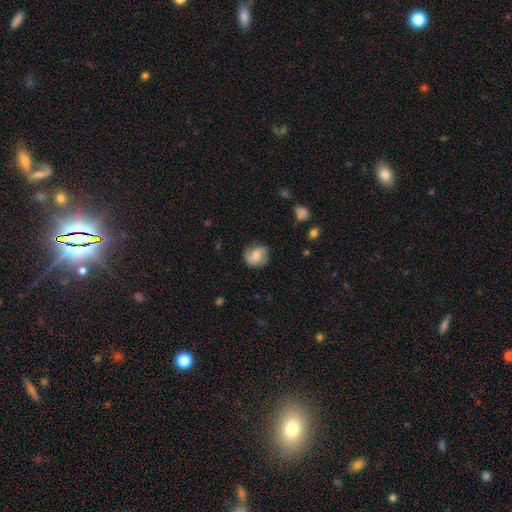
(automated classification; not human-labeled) A featured or disk galaxy (47%).

Vote fractions:
- Smooth or featured? featured or disk: 47% / smooth: 45% / star or artifact: 8%
- Merging? none: 69% / minor disturbance: 21% / major disturbance: 8% / merger: 1%